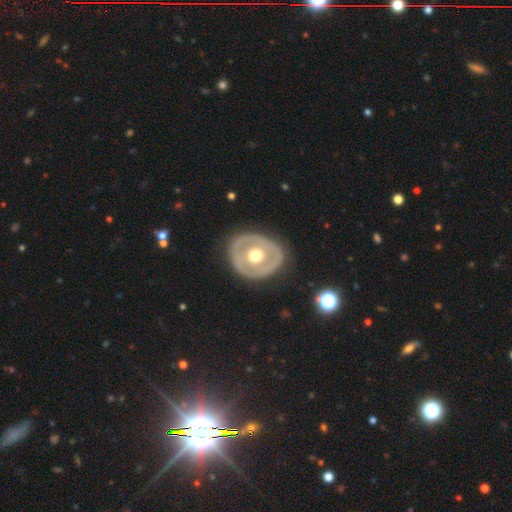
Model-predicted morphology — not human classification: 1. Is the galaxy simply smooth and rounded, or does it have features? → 59% featured or disk, 37% smooth, 4% star or artifact.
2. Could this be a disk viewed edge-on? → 93% no, 7% yes.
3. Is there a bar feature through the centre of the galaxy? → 88% no, 8% weak, 4% strong.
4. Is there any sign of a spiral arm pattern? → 90% no, 10% yes.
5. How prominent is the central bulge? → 74% moderate, 19% large, 4% small, 1% dominant, 1% none.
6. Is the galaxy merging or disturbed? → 80% none, 13% minor disturbance, 5% major disturbance, 2% merger.